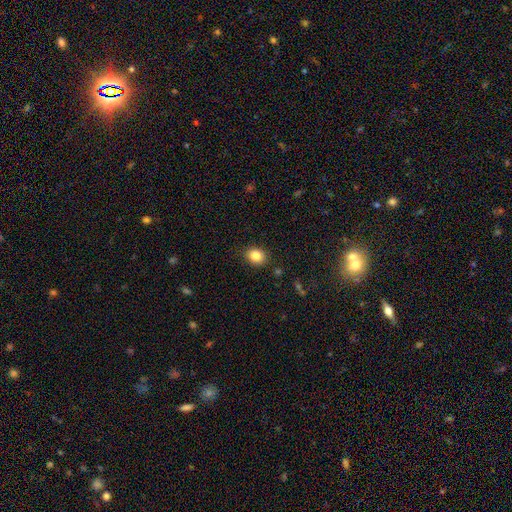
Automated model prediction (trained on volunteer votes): The model was most divided on "how rounded": round: 56%, in between: 43%, cigar-shaped: 1%. More confident: merging — none (88%); smooth or featured — smooth (84%).